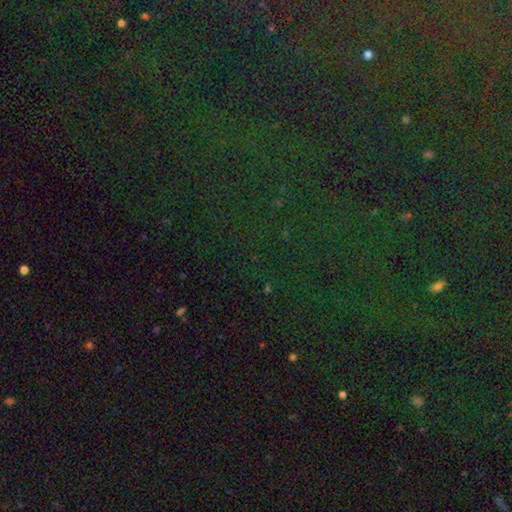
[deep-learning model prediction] This appears to be a star or artifact, not a galaxy (84%).